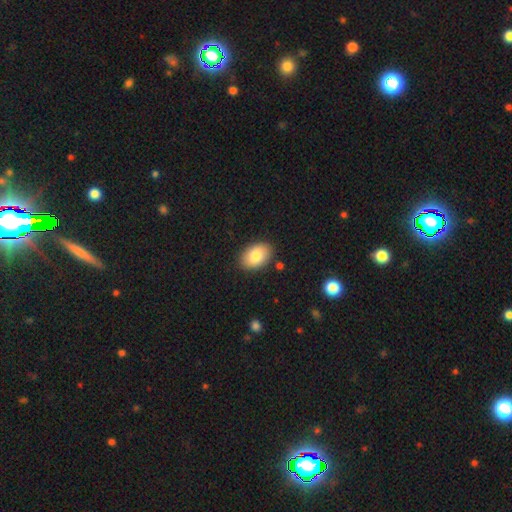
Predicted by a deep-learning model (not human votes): Q: Smooth or featured?
A: smooth (81%); runner-up: featured or disk (13%)
Q: How rounded?
A: in between (87%); runner-up: round (12%)
Q: Merging?
A: none (87%); runner-up: minor disturbance (9%)